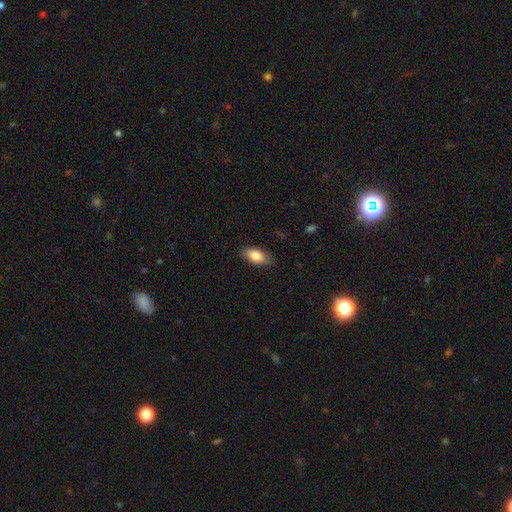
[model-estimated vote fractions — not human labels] Smooth or featured? Predicted: smooth (p=0.81). How rounded? Predicted: in between (p=0.89). Merging? Predicted: none (p=0.82).